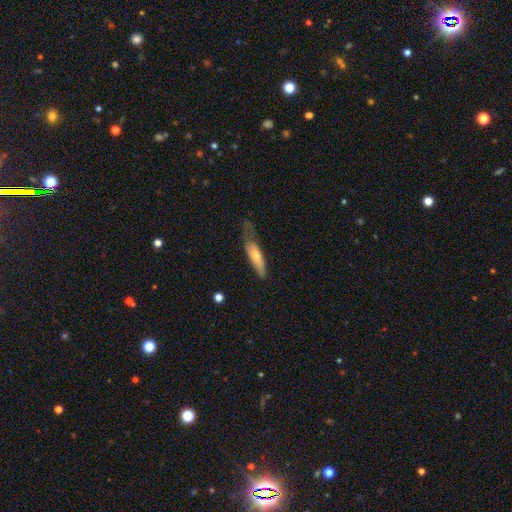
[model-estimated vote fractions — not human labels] Smooth or featured: smooth — 51% (featured or disk — 42%)
How rounded: cigar-shaped — 74% (in between — 24%)
Merging: none — 44% (minor disturbance — 35%)